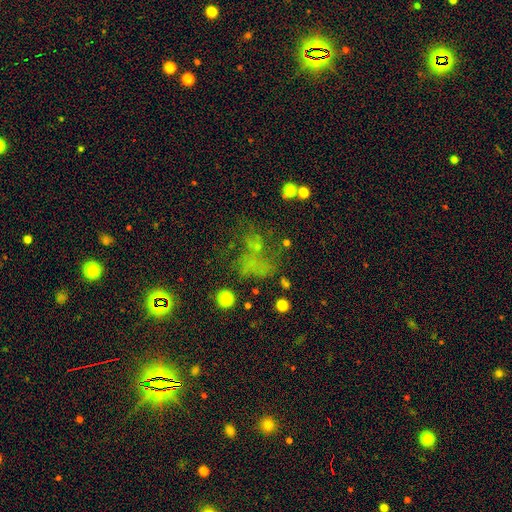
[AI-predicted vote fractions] A star or artifact, not a galaxy (51%).